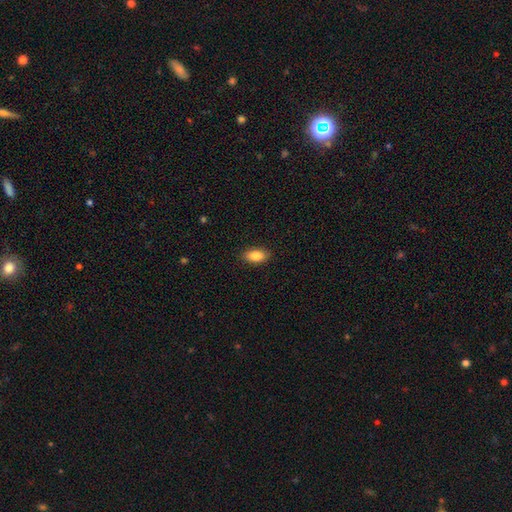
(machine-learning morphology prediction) Smooth or featured? Predicted: smooth (p=0.86). How rounded? Predicted: in between (p=0.90). Merging? Predicted: none (p=0.88).